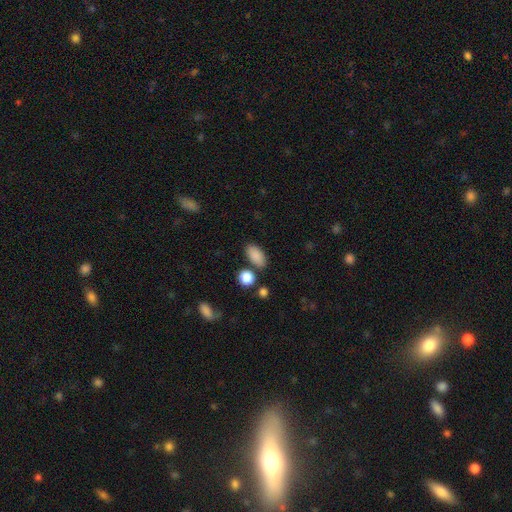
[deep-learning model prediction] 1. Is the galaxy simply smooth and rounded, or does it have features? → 87% smooth, 8% star or artifact, 5% featured or disk.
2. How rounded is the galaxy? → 90% in between, 6% round, 3% cigar-shaped.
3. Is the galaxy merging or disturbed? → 77% none, 12% minor disturbance, 8% merger, 4% major disturbance.